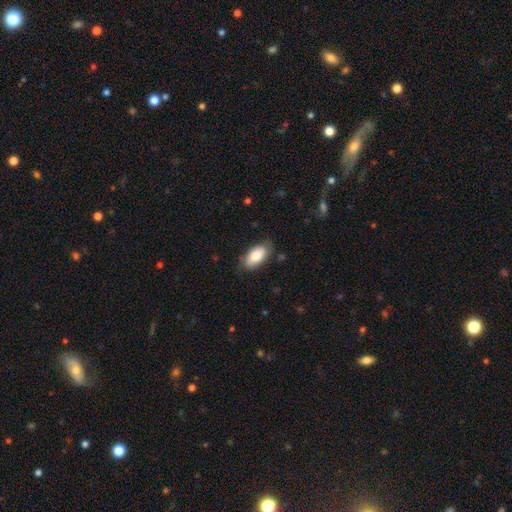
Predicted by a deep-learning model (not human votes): A smooth galaxy with no disk features (83%) that is in between round and cigar-shaped (92%).

Vote fractions:
- Smooth or featured? smooth: 83% / featured or disk: 11% / star or artifact: 6%
- How rounded? in between: 92% / cigar-shaped: 5% / round: 3%
- Merging? none: 80% / minor disturbance: 15% / major disturbance: 3% / merger: 1%